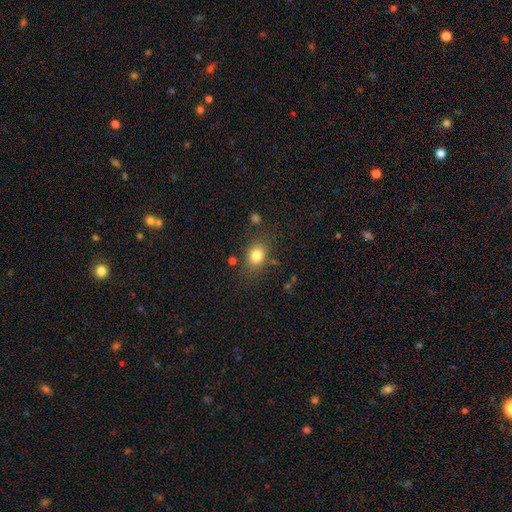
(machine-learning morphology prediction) This appears to be a smooth galaxy with no disk features (81%) that is in between round and cigar-shaped (55%). Merging: none (77%).